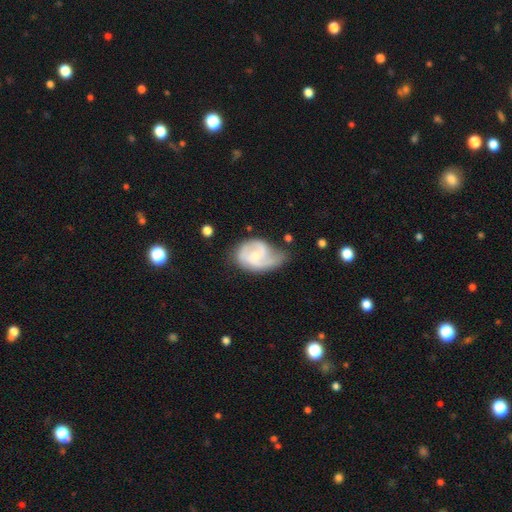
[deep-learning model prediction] Morphology: type=featured or disk (73%); edge-on=no (98%); bar=no (49%); spiral arms=yes (90%); winding=medium (48%); arm count=2 (63%); bulge=small (54%); merging=none (38%).